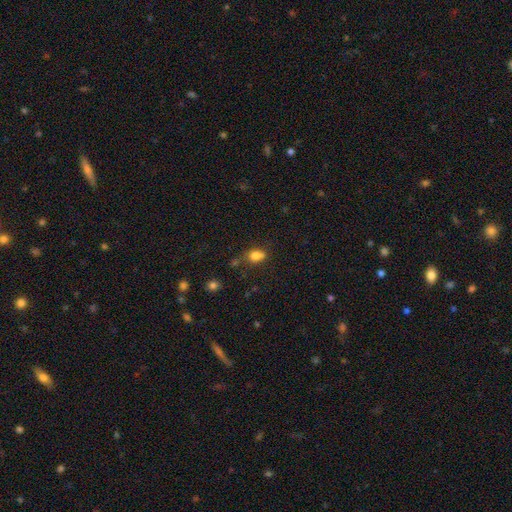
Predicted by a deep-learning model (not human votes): This appears to be a smooth galaxy with no disk features (78%) that is in between round and cigar-shaped (66%). Merging: none (45%).